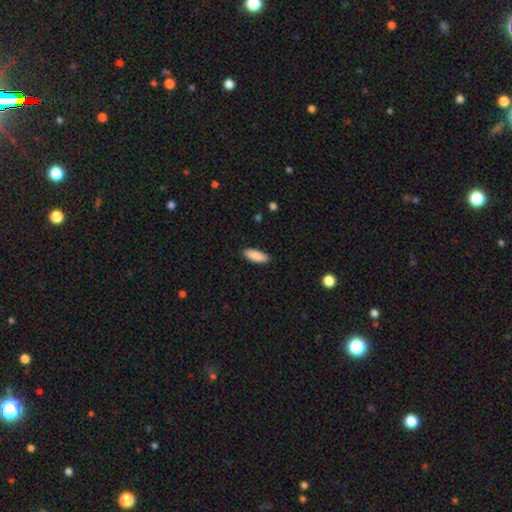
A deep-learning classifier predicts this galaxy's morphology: smooth 89%, star or artifact 6%, featured or disk 5%. Down the decision tree: how rounded — in between (65%); merging — none (88%).